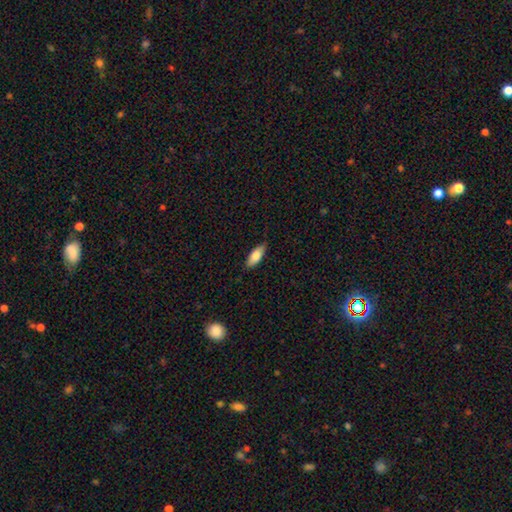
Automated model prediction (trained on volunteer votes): Smooth or featured?
  - smooth: 79% *
  - featured or disk: 15%
  - star or artifact: 6%
How rounded?
  - in between: 76% *
  - cigar-shaped: 22%
  - round: 2%
Merging?
  - none: 78% *
  - minor disturbance: 18%
  - major disturbance: 3%
  - merger: 1%